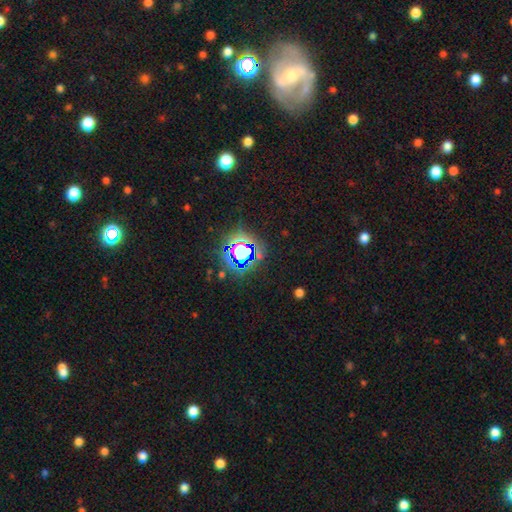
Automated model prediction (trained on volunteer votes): Smooth or featured: star or artifact — 76% (smooth — 16%)